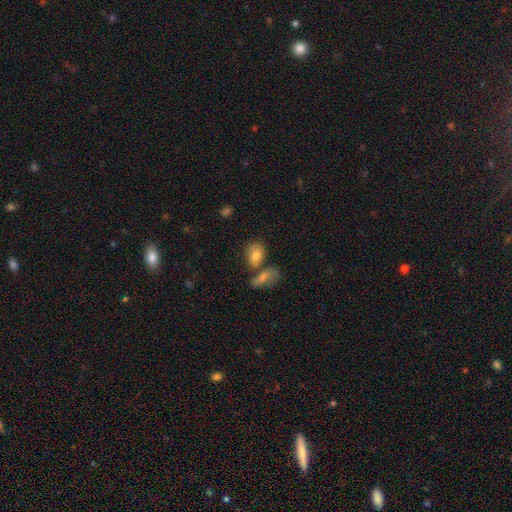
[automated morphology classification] A smooth galaxy with no disk features (80%) that is in between round and cigar-shaped (79%). Merging: none (48%).